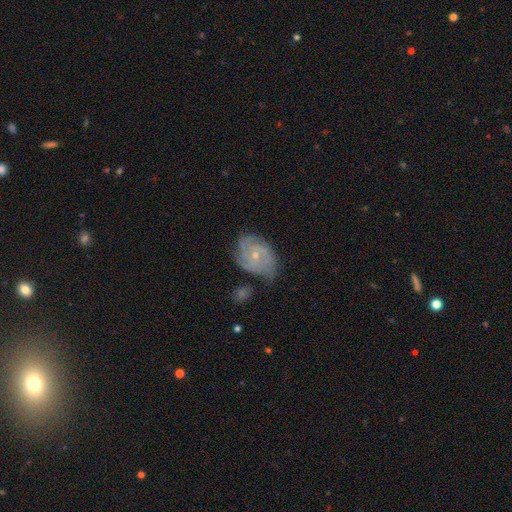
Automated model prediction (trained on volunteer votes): Morphology: type=featured or disk (84%); edge-on=no (97%); bar=no (70%); spiral arms=yes (96%); winding=tight (63%); arm count=3 (38%); bulge=small (69%); merging=none (62%).